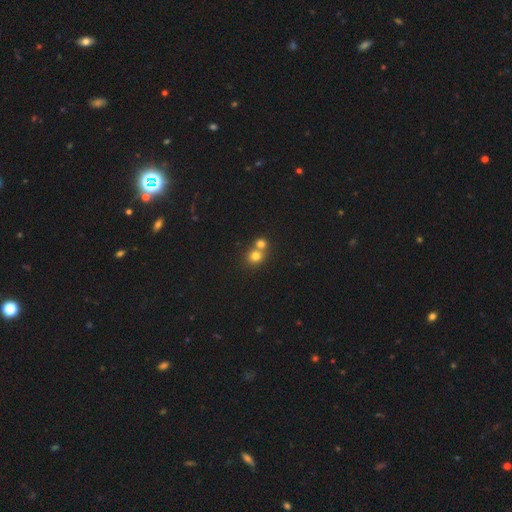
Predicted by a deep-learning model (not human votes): A smooth galaxy with no disk features (77%) that is round (83%).

Vote fractions:
- Smooth or featured? smooth: 77% / star or artifact: 14% / featured or disk: 10%
- How rounded? round: 83% / in between: 16% / cigar-shaped: 1%
- Merging? merger: 51% / none: 41% / minor disturbance: 5% / major disturbance: 2%